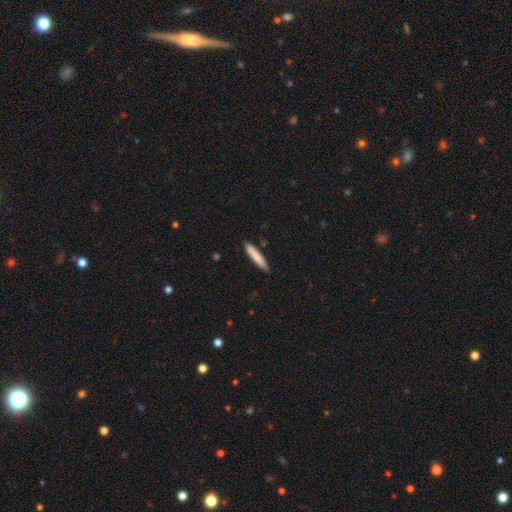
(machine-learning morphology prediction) type=smooth (82%); roundness=cigar-shaped (90%); merging=none (87%).